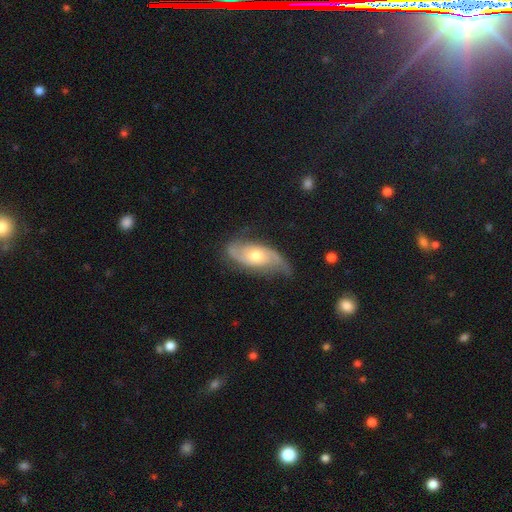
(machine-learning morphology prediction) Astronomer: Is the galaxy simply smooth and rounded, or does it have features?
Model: featured or disk — 80%.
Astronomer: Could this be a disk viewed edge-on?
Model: no — 92%.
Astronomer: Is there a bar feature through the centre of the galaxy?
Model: no — 69%.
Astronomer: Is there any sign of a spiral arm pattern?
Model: yes — 94%.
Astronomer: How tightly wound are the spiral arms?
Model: medium — 43% (runner-up: loose, 32%).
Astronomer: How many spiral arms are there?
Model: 2 — 83%.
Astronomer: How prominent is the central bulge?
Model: moderate — 68%.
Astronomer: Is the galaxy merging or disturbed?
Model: none — 68%.